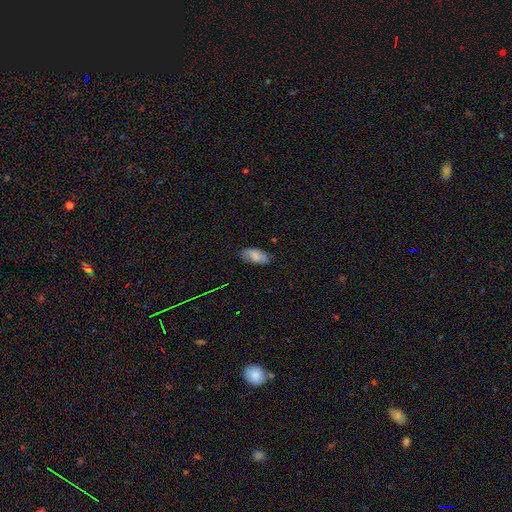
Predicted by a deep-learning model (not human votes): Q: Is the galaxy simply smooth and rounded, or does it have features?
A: smooth — 80%.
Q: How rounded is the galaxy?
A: in between — 93%.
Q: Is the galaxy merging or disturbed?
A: none — 78%.